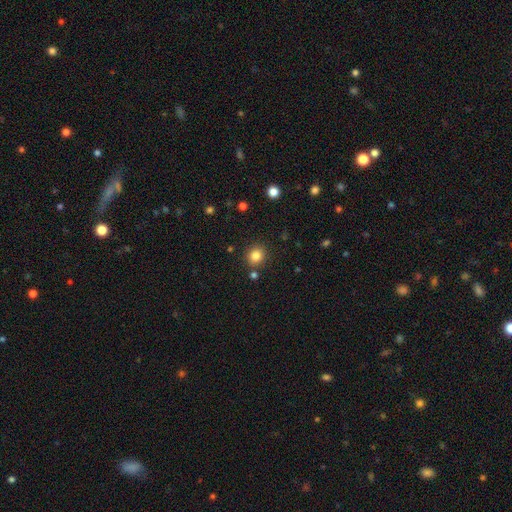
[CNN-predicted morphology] smooth-or-featured: smooth: 83% | star or artifact: 12% | featured or disk: 5%
  how-rounded: round: 83% | in between: 16% | cigar-shaped: 1%
  merging: none: 85% | minor disturbance: 8% | merger: 5% | major disturbance: 3%